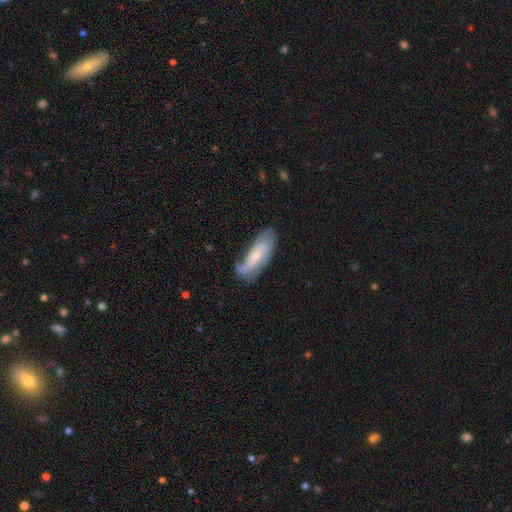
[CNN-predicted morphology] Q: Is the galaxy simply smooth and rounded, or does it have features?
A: featured or disk — 54%.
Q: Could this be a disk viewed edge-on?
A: no — 81%.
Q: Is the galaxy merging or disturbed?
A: none — 57%.